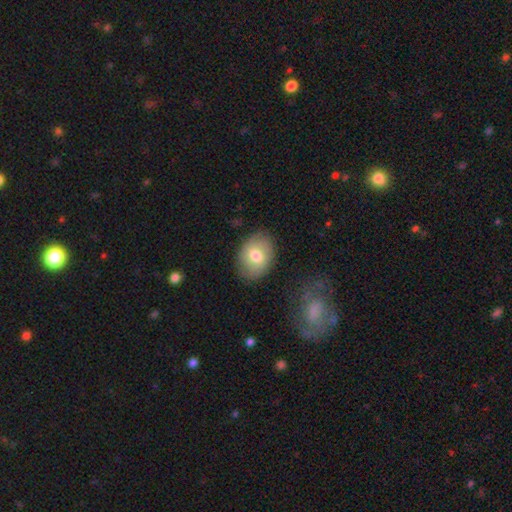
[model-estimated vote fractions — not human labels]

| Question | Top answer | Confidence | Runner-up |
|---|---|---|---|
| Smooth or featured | smooth | 68% | featured or disk (24%) |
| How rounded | in between | 66% | round (33%) |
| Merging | none | 82% | minor disturbance (13%) |